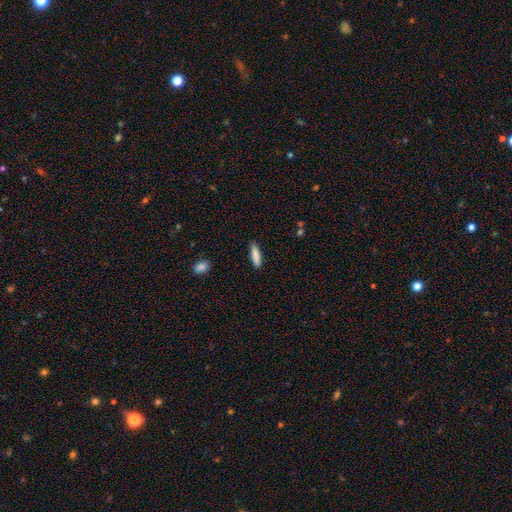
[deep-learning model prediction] Overall: smooth (87%). How rounded: cigar-shaped (71%). Merging: none (86%).